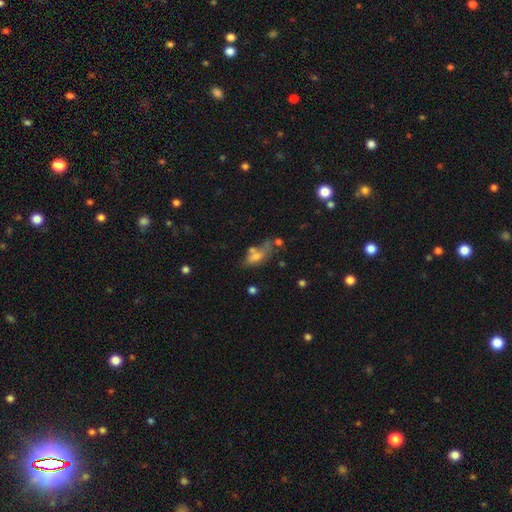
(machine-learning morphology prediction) This appears to be a smooth galaxy with no disk features (58%) that is in between round and cigar-shaped (79%). Merging: none (34%).